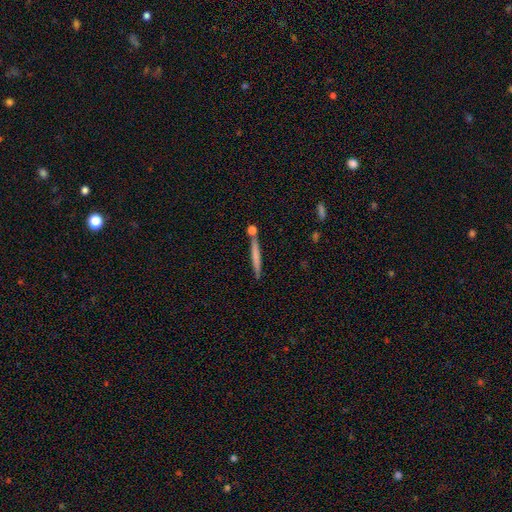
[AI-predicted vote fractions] This appears to be a smooth galaxy with no disk features (62%) that is cigar-shaped (96%). Merging: none (78%).